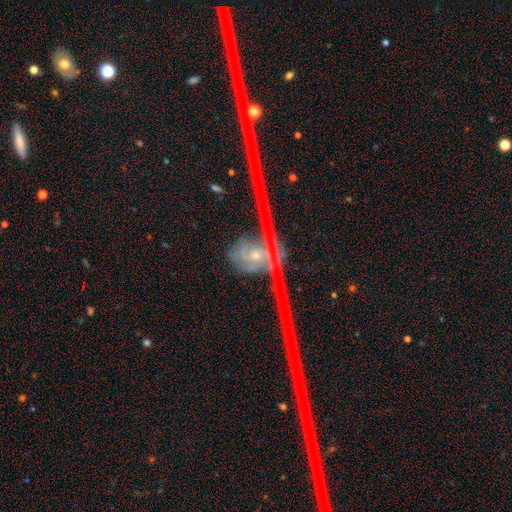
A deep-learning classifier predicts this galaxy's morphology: Smooth or featured?
  - featured or disk: 56% *
  - star or artifact: 28%
  - smooth: 16%
Edge-on disk?
  - yes: 57% *
  - no: 43%
Merging?
  - none: 61% *
  - merger: 15%
  - minor disturbance: 14%
  - major disturbance: 9%